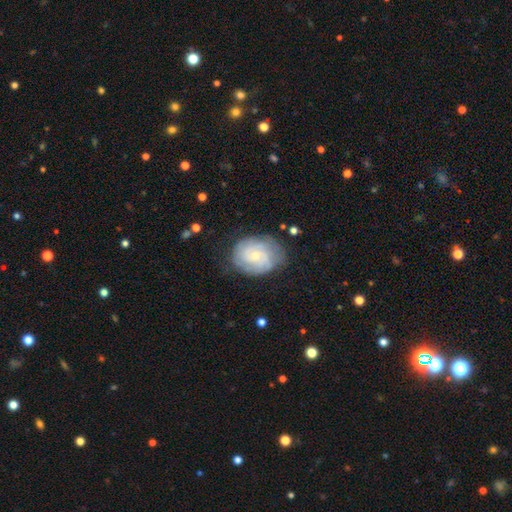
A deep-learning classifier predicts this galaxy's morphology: smooth_or_featured: featured or disk (p=0.71) [alt: smooth p=0.22]
disk_edge_on: no (p=0.97) [alt: yes p=0.03]
bar: no (p=0.74) [alt: weak p=0.22]
has_spiral_arms: yes (p=0.89) [alt: no p=0.11]
spiral_winding: tight (p=0.66) [alt: medium p=0.27]
spiral_arm_count: can't tell (p=0.40) [alt: 2 p=0.29]
bulge_size: small (p=0.69) [alt: moderate p=0.28]
merging: none (p=0.70) [alt: minor disturbance p=0.21]